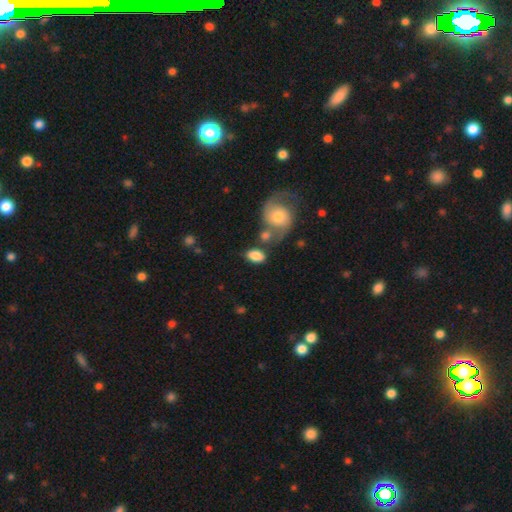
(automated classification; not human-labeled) smooth_or_featured: smooth (p=0.79) [alt: featured or disk p=0.15]
how_rounded: in between (p=0.89) [alt: round p=0.09]
merging: none (p=0.56) [alt: merger p=0.20]